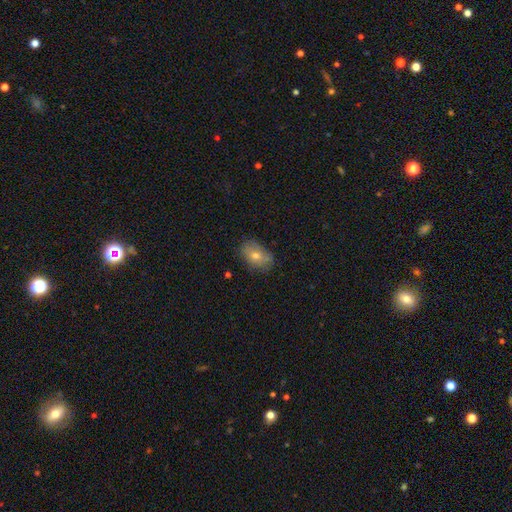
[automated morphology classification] This appears to be a smooth galaxy with no disk features (63%) that is in between round and cigar-shaped (82%). Merging: none (73%).